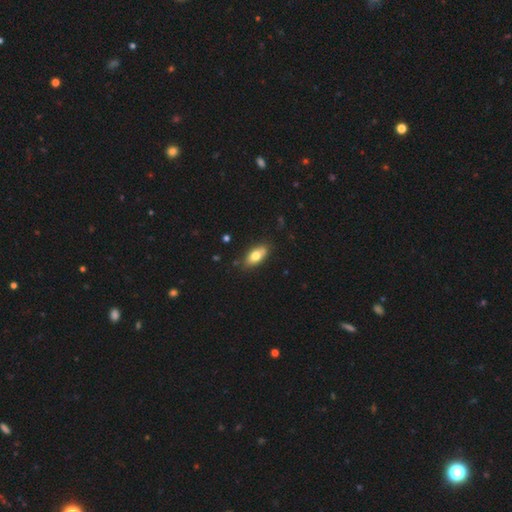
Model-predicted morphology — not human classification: smooth_or_featured: smooth (p=0.72) [alt: featured or disk p=0.21]
how_rounded: in between (p=0.86) [alt: cigar-shaped p=0.11]
merging: none (p=0.82) [alt: minor disturbance p=0.13]